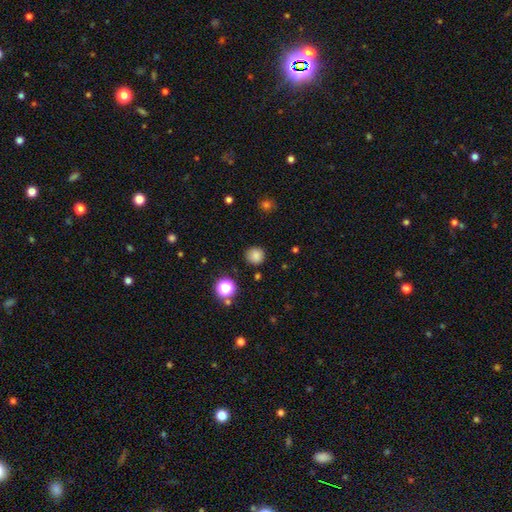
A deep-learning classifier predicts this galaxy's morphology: This is clearly a smooth galaxy (82%). How rounded: clearly round (93%). Merging: clearly none (87%).